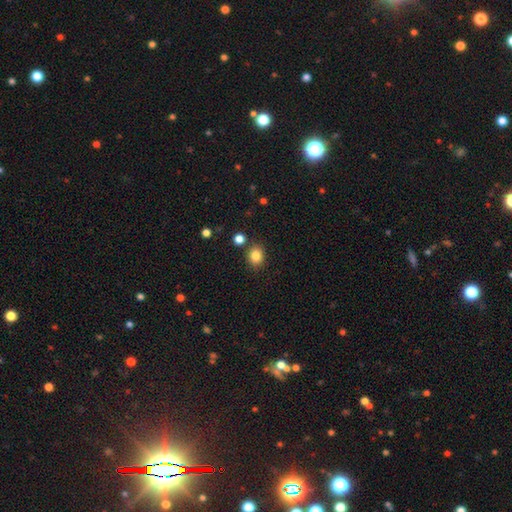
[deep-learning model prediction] A smooth galaxy with no disk features (84%) that is round (61%). Merging: none (83%).